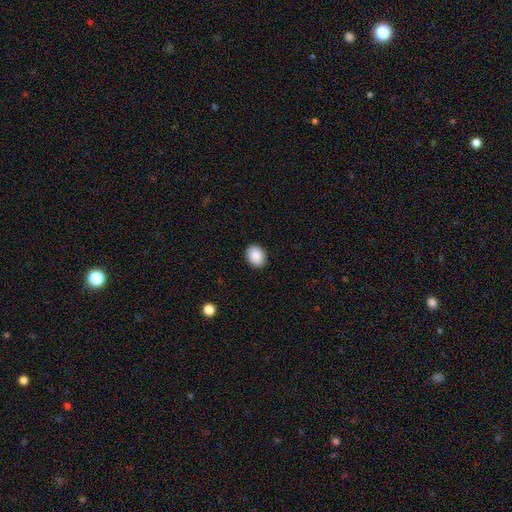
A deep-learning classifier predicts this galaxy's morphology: Overall: smooth (90%). How rounded: in between (70%). Merging: none (91%).